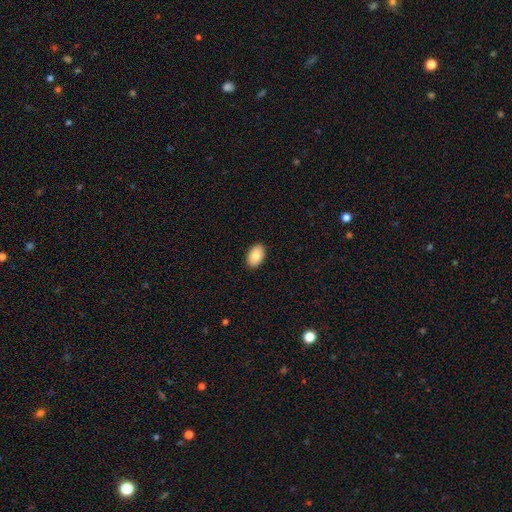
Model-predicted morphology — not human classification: This appears to be a smooth galaxy with no disk features (86%) that is in between round and cigar-shaped (91%). Merging: none (90%).